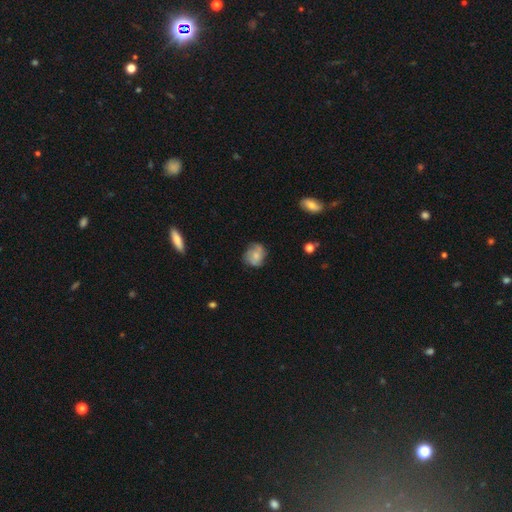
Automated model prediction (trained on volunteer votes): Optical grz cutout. It shows a smooth galaxy with no disk features (63%) that is round (65%). Merging: none (63%).